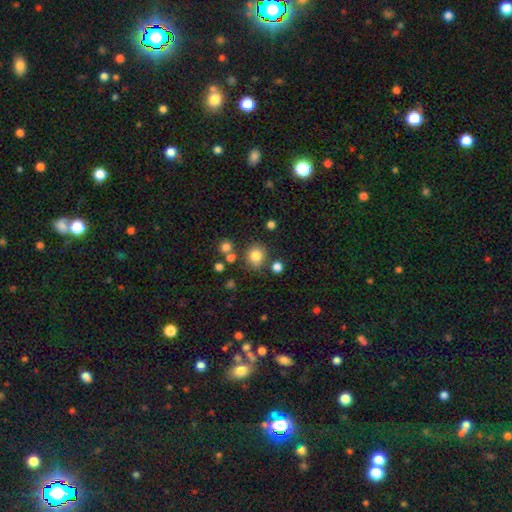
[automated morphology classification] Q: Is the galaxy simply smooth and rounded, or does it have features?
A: smooth — 80%.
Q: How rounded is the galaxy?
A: round — 83%.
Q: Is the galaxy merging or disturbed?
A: none — 78%.